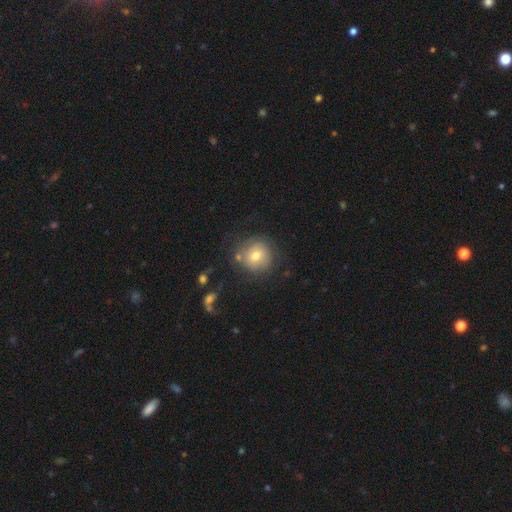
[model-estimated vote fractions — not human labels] This is possibly a smooth galaxy (59%). How rounded: clearly round (90%). Merging: likely none (70%).